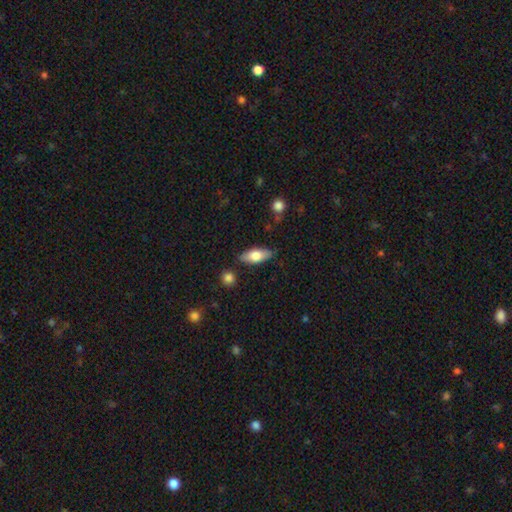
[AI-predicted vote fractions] Smooth or featured: smooth — 71% (featured or disk — 23%)
How rounded: in between — 80% (cigar-shaped — 17%)
Merging: none — 82% (minor disturbance — 13%)